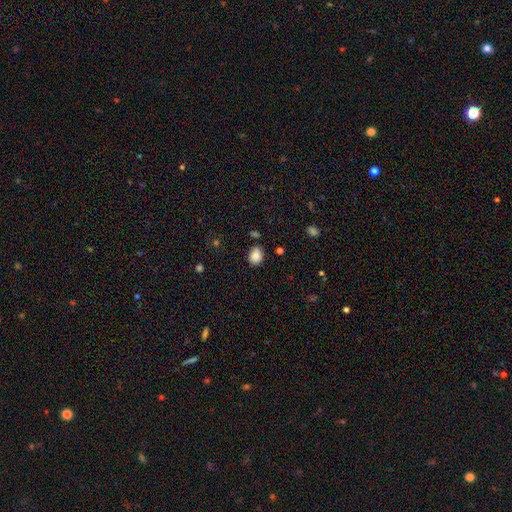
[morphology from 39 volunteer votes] Smooth or featured? 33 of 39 (85%) said smooth. How rounded? 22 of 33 (67%) said in between. Merging? 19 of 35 (54%) said none.